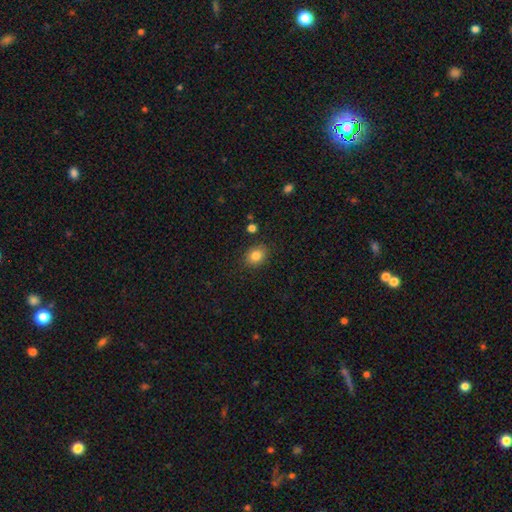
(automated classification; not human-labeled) Overall: smooth (83%). How rounded: in between (54%; round 45%). Merging: none (85%).